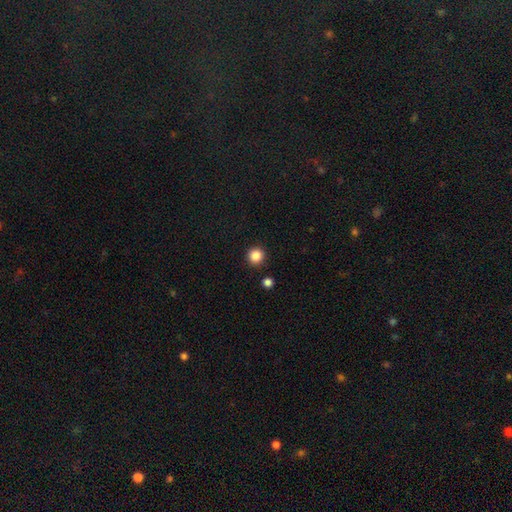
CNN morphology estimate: Smooth or featured? Predicted: smooth (p=0.87). How rounded? Predicted: round (p=0.95). Merging? Predicted: none (p=0.91).